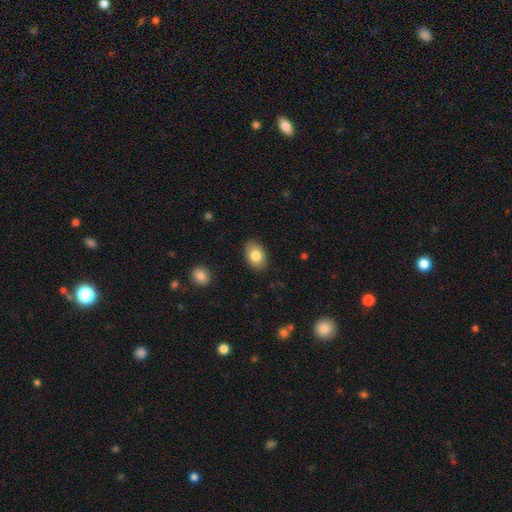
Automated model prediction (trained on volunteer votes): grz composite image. It shows a smooth galaxy with no disk features (81%) that is in between round and cigar-shaped (86%). Merging: none (87%).